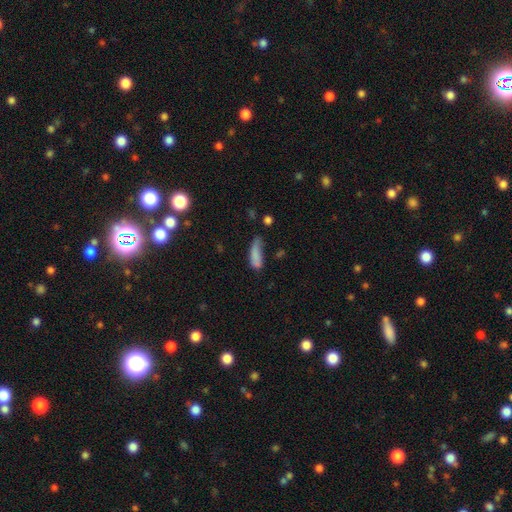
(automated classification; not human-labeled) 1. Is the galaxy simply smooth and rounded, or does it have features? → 80% smooth, 11% featured or disk, 9% star or artifact.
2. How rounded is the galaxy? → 52% in between, 46% cigar-shaped, 2% round.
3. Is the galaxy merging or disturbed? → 40% none, 36% minor disturbance, 18% major disturbance, 6% merger.